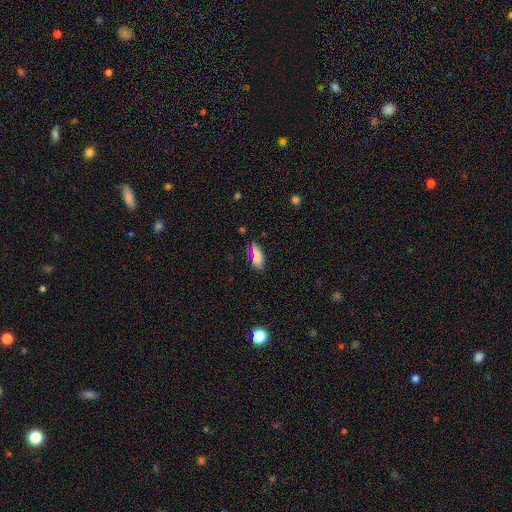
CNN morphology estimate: smooth 80%, star or artifact 10%, featured or disk 9%. Down the decision tree: how rounded — in between (77%); merging — none (78%).